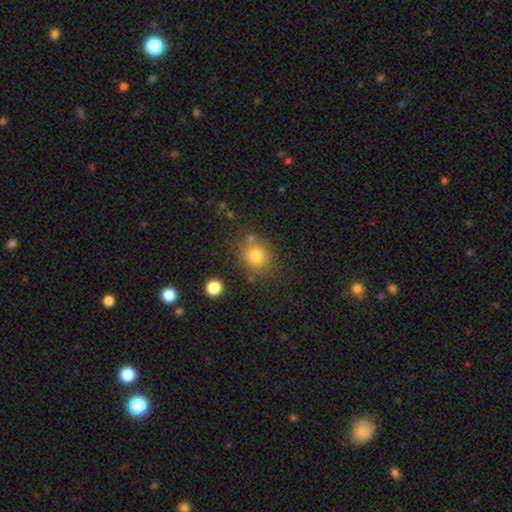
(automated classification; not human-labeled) A smooth galaxy with no disk features (80%) that is round (75%). Merging: none (74%).